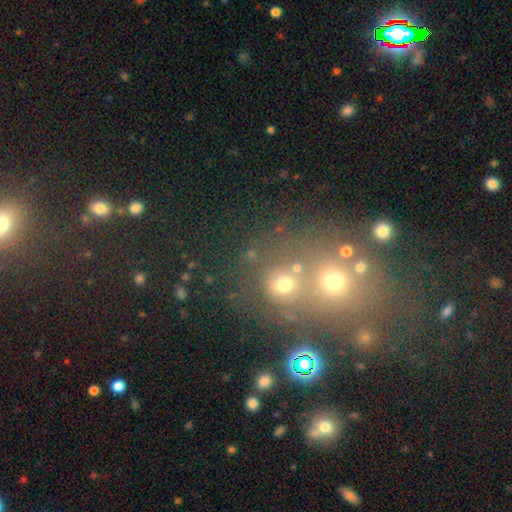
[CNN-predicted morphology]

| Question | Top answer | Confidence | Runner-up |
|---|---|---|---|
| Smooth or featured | smooth | 57% | star or artifact (30%) |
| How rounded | round | 81% | in between (18%) |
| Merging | none | 53% | merger (32%) |